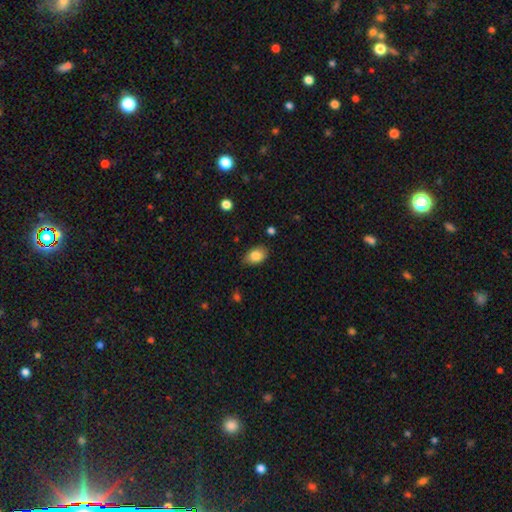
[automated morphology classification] Smooth or featured? smooth (85%)
How rounded? in between (85%)
Merging? none (82%)